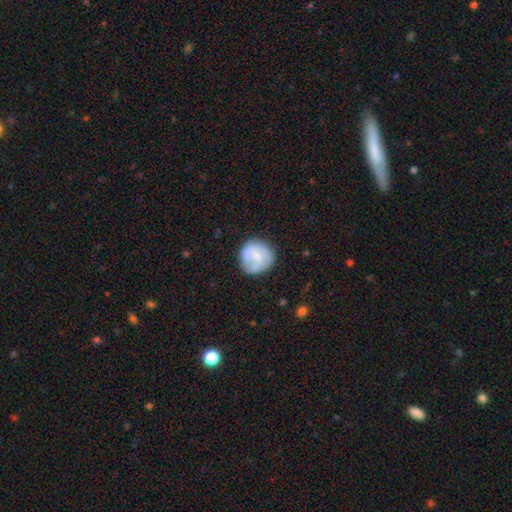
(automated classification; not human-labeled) Smooth or featured? Predicted: smooth (p=0.51). How rounded? Predicted: round (p=0.91). Merging? Predicted: none (p=0.75).